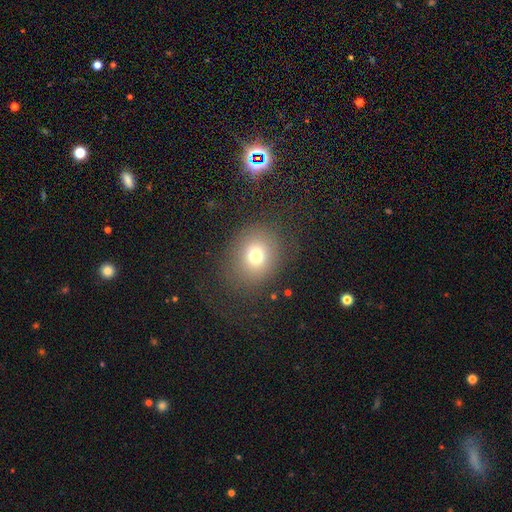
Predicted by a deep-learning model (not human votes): Morphology: type=smooth (72%); roundness=round (70%); merging=none (78%).